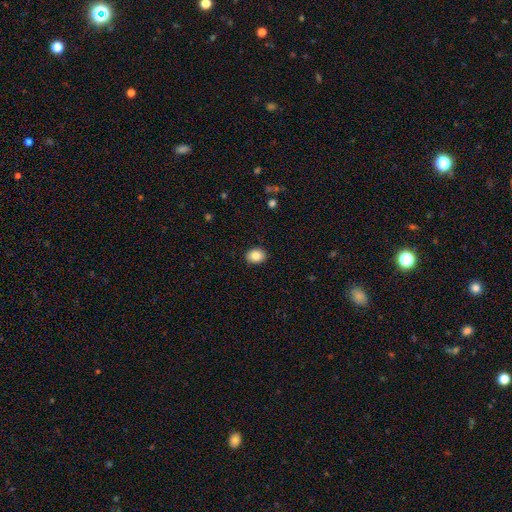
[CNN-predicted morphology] This is clearly a smooth galaxy (84%). How rounded: possibly in between (53%). Merging: clearly none (89%).